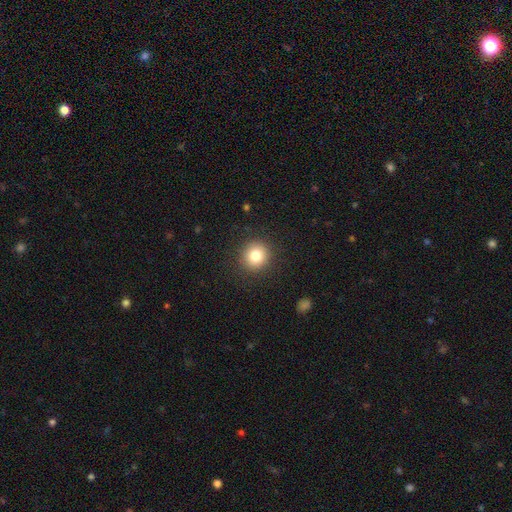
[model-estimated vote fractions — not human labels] The model was most divided on "smooth or featured": smooth: 80%, star or artifact: 11%, featured or disk: 8%. More confident: how rounded — round (92%); merging — none (90%).